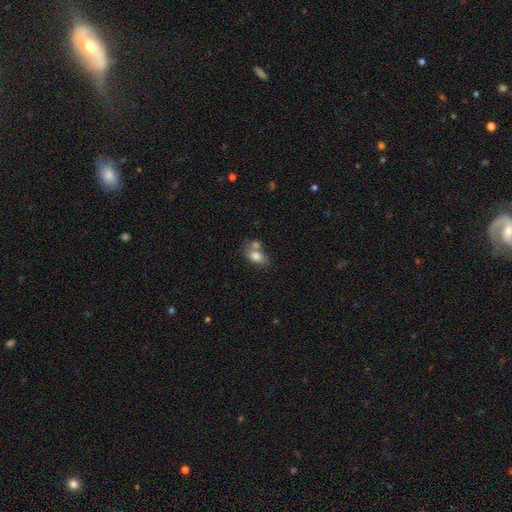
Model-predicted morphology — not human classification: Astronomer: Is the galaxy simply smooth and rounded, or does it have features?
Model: smooth — 78%.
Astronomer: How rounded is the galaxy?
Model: in between — 83%.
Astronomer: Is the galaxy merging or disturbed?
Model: merger — 41% (runner-up: none, 40%).